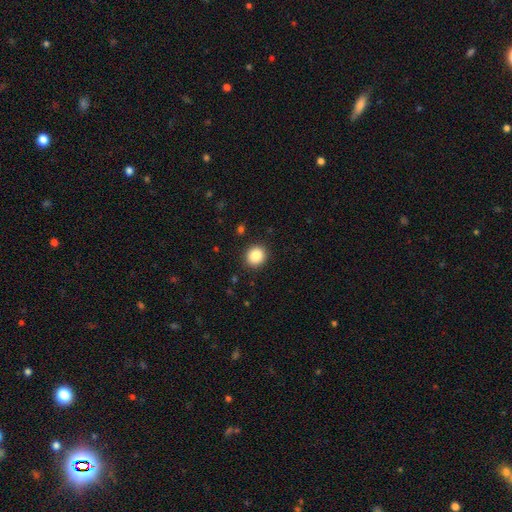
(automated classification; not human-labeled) A smooth galaxy with no disk features (87%) that is round (83%).

Vote fractions:
- Smooth or featured? smooth: 87% / star or artifact: 9% / featured or disk: 4%
- How rounded? round: 83% / in between: 16% / cigar-shaped: 1%
- Merging? none: 91% / minor disturbance: 6% / major disturbance: 2% / merger: 1%